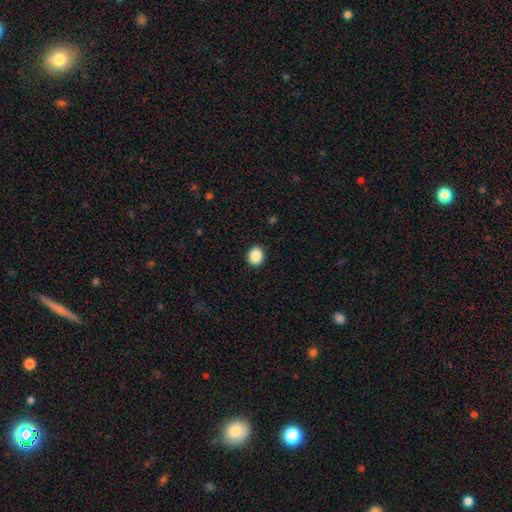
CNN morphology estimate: smooth 89%, star or artifact 9%, featured or disk 3%. Down the decision tree: how rounded — round (77%); merging — none (91%).